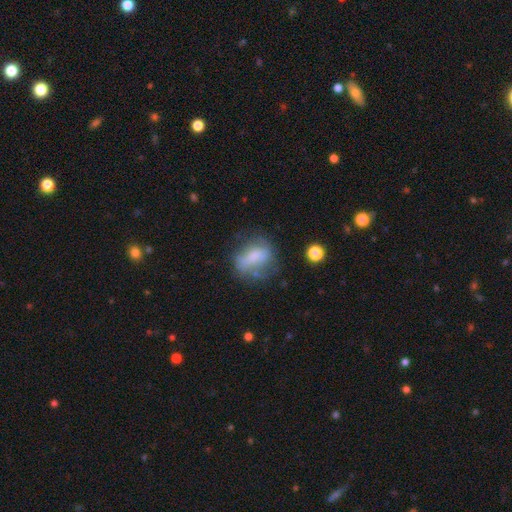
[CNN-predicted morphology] smooth_or_featured: smooth (p=0.52) [alt: featured or disk p=0.37]
how_rounded: in between (p=0.63) [alt: round p=0.31]
merging: none (p=0.50) [alt: minor disturbance p=0.27]